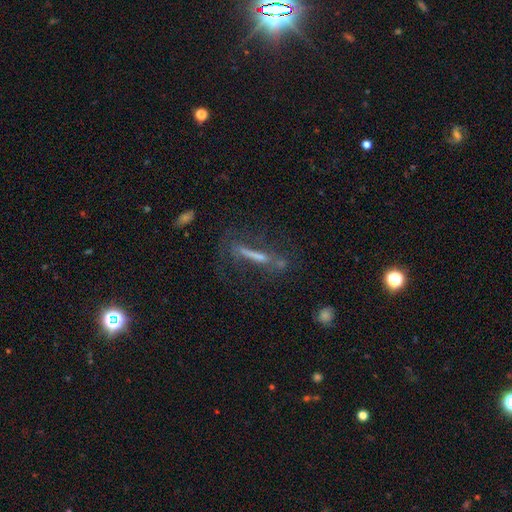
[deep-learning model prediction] Smooth or featured?
  - featured or disk: 51% *
  - smooth: 34%
  - star or artifact: 15%
Edge-on disk?
  - yes: 63% *
  - no: 37%
Merging?
  - none: 51% *
  - major disturbance: 23%
  - minor disturbance: 19%
  - merger: 7%